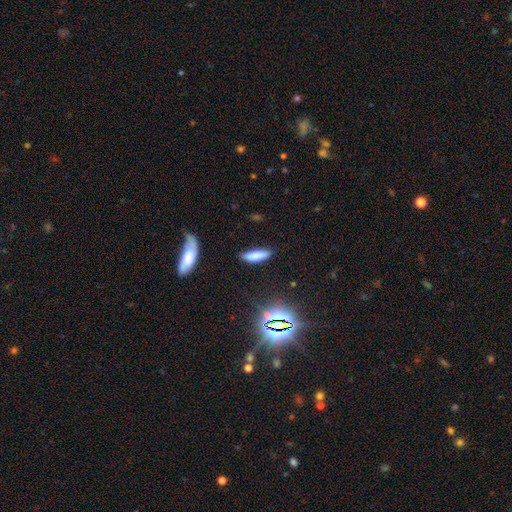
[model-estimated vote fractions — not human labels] smooth_or_featured: smooth (p=0.76) [alt: featured or disk p=0.13]
how_rounded: cigar-shaped (p=0.58) [alt: in between p=0.40]
merging: none (p=0.81) [alt: minor disturbance p=0.13]